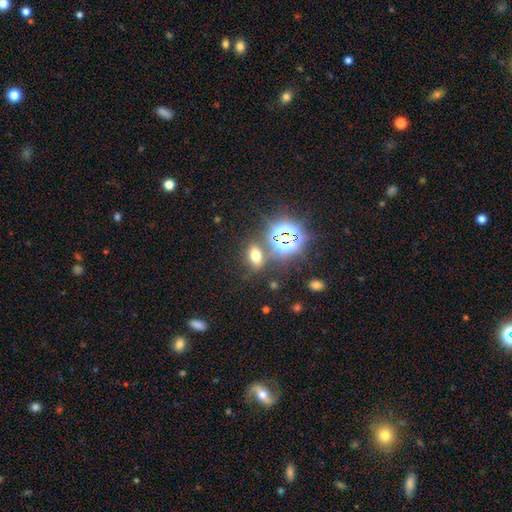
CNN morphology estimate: type=smooth (53%); roundness=in between (78%); merging=none (76%).